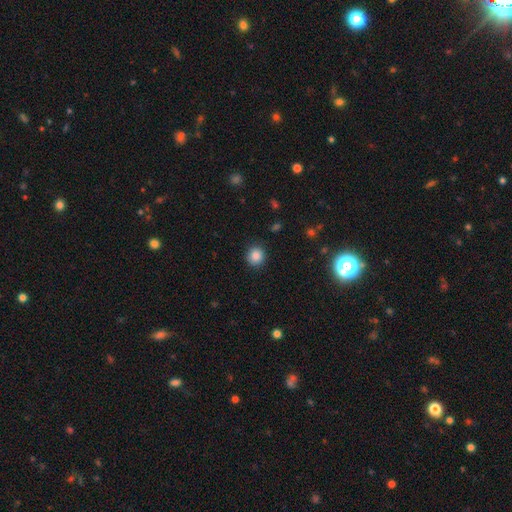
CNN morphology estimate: This appears to be a smooth galaxy with no disk features (85%) that is round (91%). Merging: none (90%).